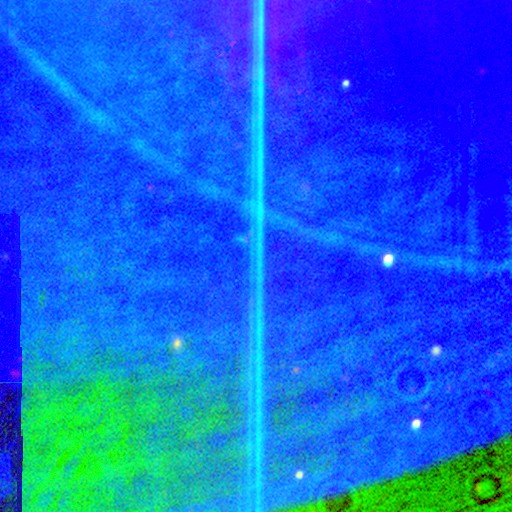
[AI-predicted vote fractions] Smooth or featured: star or artifact — 89% (featured or disk — 6%)